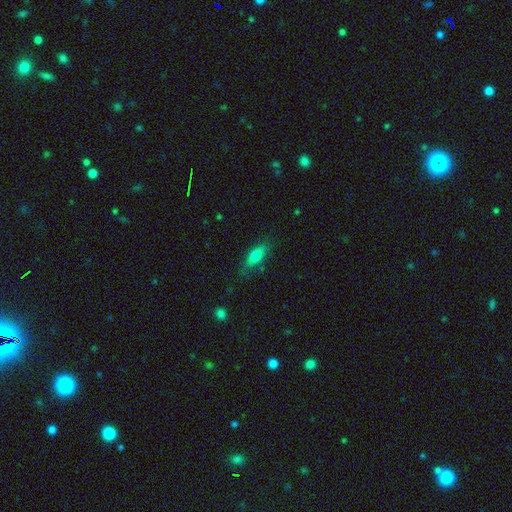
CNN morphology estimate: A smooth galaxy with no disk features (74%) that is in between round and cigar-shaped (73%).

Vote fractions:
- Smooth or featured? smooth: 74% / featured or disk: 18% / star or artifact: 8%
- How rounded? in between: 73% / cigar-shaped: 24% / round: 3%
- Merging? none: 73% / minor disturbance: 20% / major disturbance: 5% / merger: 2%